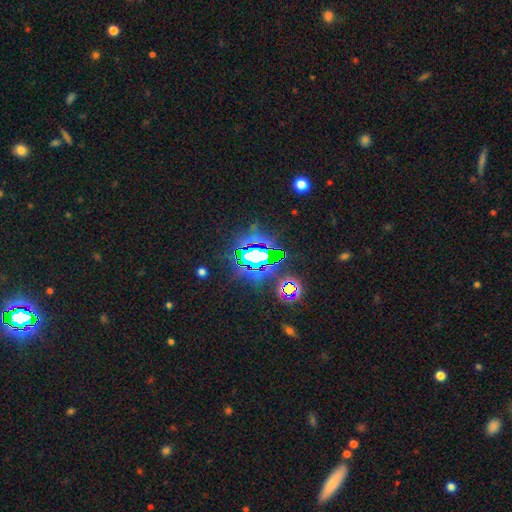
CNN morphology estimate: type=star or artifact (75%).